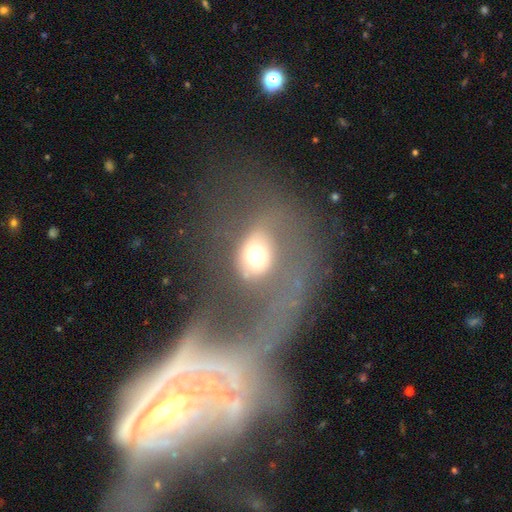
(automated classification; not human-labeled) Smooth or featured? smooth (56%)
How rounded? round (53%)
Merging? major disturbance (45%)